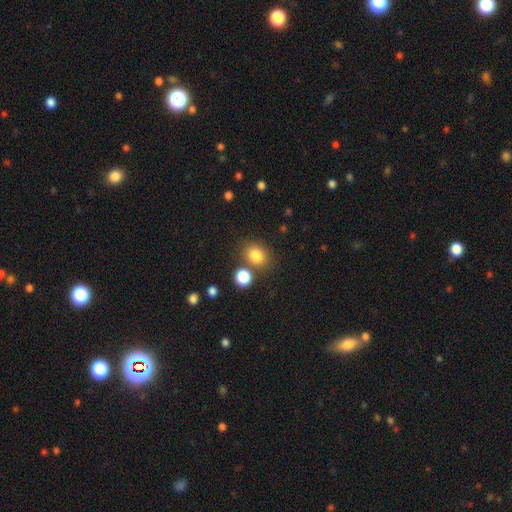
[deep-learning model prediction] This appears to be a smooth galaxy with no disk features (83%) that is round (64%). Merging: none (74%).